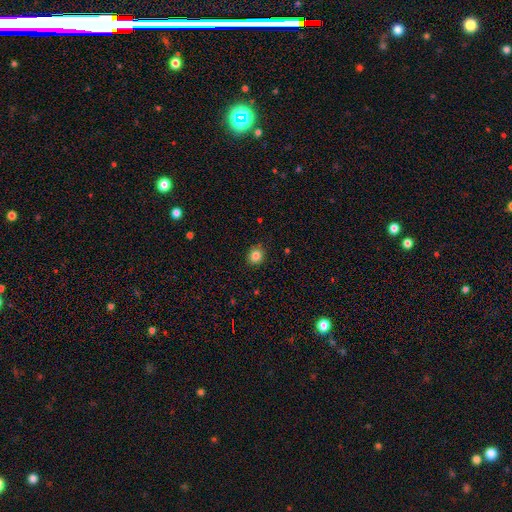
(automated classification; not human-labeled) A smooth galaxy with no disk features (84%) that is round (79%).

Vote fractions:
- Smooth or featured? smooth: 84% / star or artifact: 11% / featured or disk: 5%
- How rounded? round: 79% / in between: 20% / cigar-shaped: 1%
- Merging? none: 89% / minor disturbance: 8% / major disturbance: 2% / merger: 1%